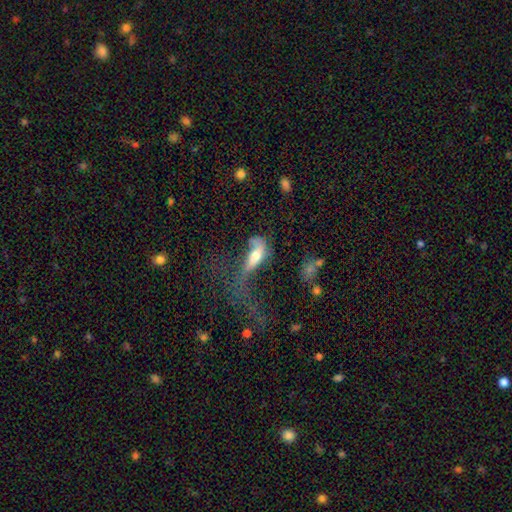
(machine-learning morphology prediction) smooth 54%, featured or disk 37%, star or artifact 9%. Down the decision tree: how rounded — in between (63%); merging — major disturbance (59%).